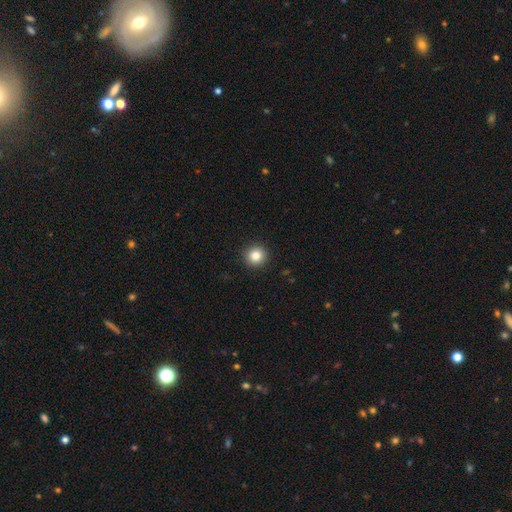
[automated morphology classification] Q: Smooth or featured?
A: smooth (84%); runner-up: star or artifact (10%)
Q: How rounded?
A: round (93%); runner-up: in between (6%)
Q: Merging?
A: none (93%); runner-up: minor disturbance (5%)